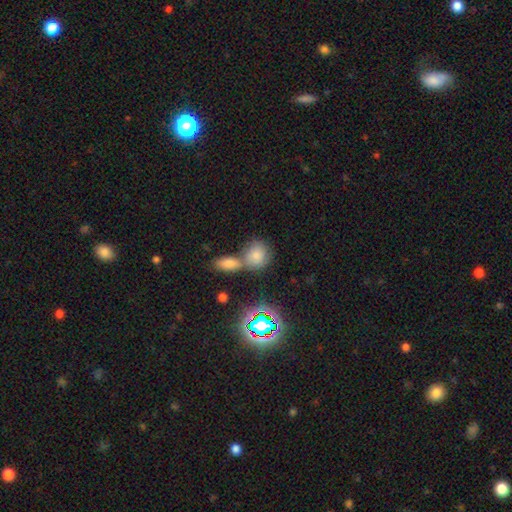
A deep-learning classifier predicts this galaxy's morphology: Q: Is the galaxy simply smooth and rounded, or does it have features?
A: smooth — 68%.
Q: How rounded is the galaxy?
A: round — 65%.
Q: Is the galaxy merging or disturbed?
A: none — 45%.